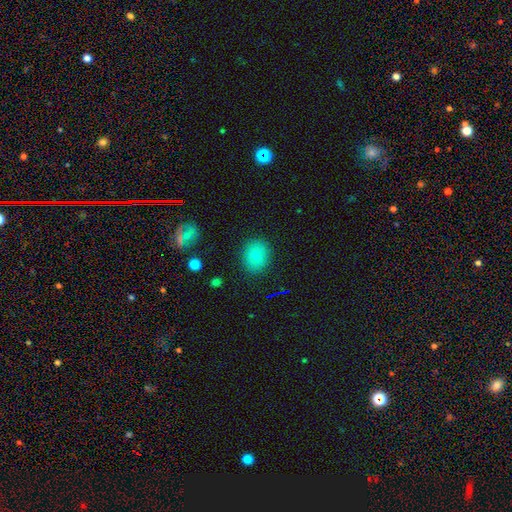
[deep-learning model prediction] Smooth or featured? smooth (80%)
How rounded? round (62%)
Merging? none (87%)